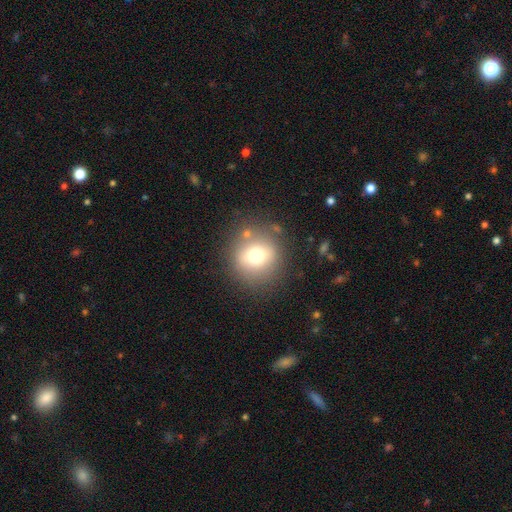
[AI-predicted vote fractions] Overall: smooth (70%). How rounded: round (91%). Merging: none (81%).